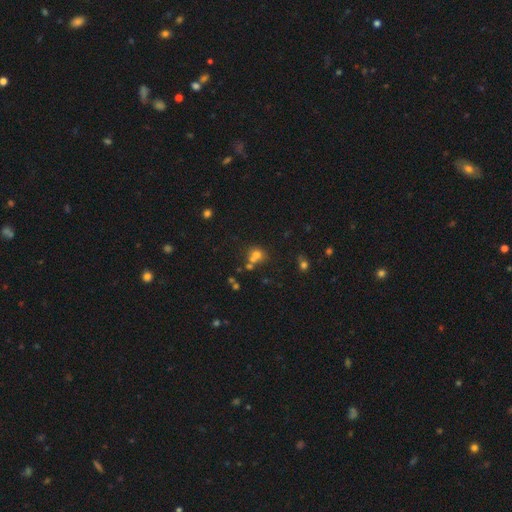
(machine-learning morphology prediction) smooth 67%, star or artifact 19%, featured or disk 14%. Down the decision tree: how rounded — round (78%); merging — none (46%).